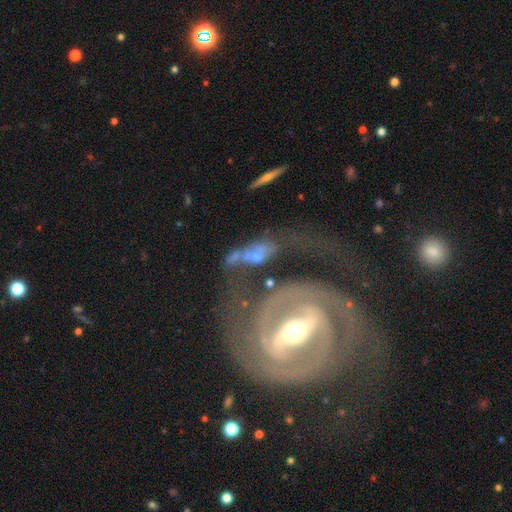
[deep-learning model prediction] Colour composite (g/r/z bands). It shows a featured or disk galaxy (65%) with no bar (54%), spiral arms (59%) and a moderate central bulge (55%). Merging: none (30%).